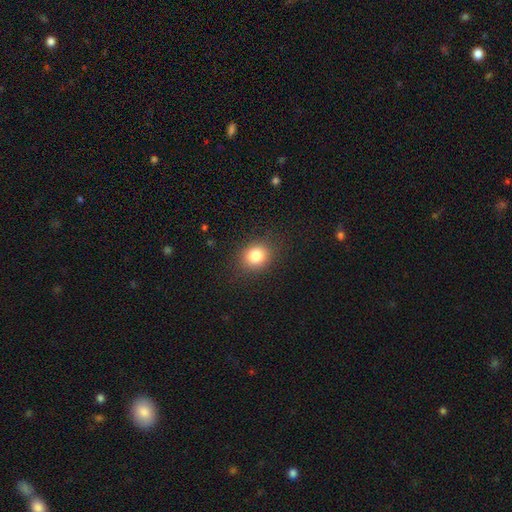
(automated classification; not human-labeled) This is clearly a smooth galaxy (83%). How rounded: likely round (71%). Merging: clearly none (86%).